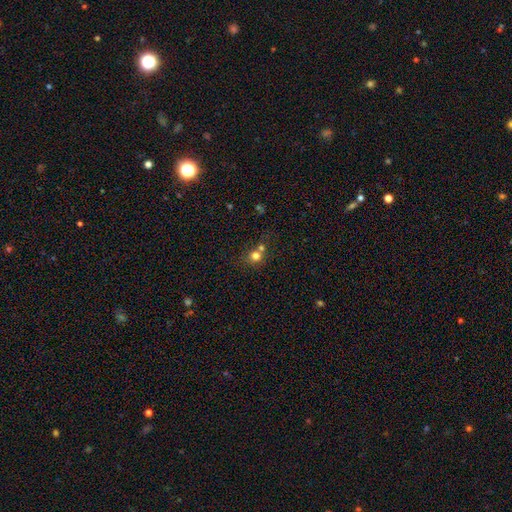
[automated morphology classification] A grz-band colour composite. It shows a smooth galaxy with no disk features (75%) that is round (84%). Merging: none (47%).